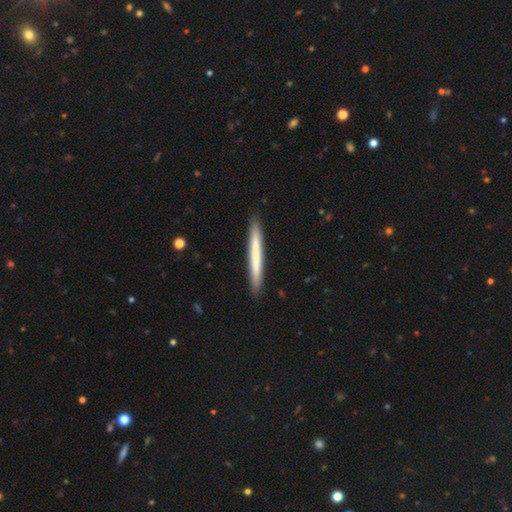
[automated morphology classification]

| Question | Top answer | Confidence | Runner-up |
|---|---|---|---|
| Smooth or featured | smooth | 62% | featured or disk (33%) |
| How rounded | cigar-shaped | 97% | in between (2%) |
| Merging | none | 91% | minor disturbance (7%) |